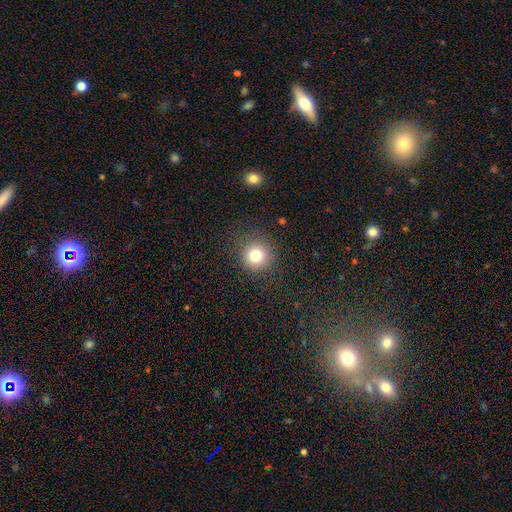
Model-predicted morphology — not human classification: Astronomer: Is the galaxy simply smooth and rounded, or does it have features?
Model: smooth — 79%.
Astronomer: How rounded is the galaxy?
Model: round — 93%.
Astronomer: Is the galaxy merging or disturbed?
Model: none — 87%.